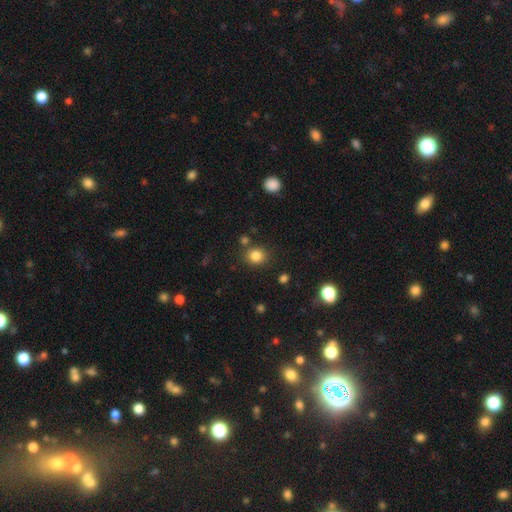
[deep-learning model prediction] A smooth galaxy with no disk features (83%) that is round (79%). Merging: none (81%).